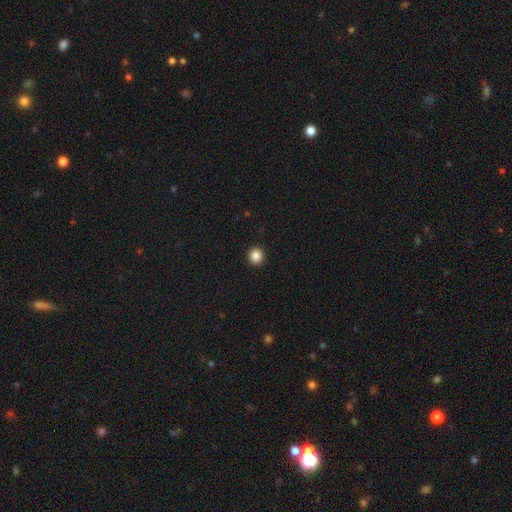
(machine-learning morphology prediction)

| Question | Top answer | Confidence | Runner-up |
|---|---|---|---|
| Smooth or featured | smooth | 86% | star or artifact (10%) |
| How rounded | round | 91% | in between (8%) |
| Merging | none | 93% | minor disturbance (5%) |